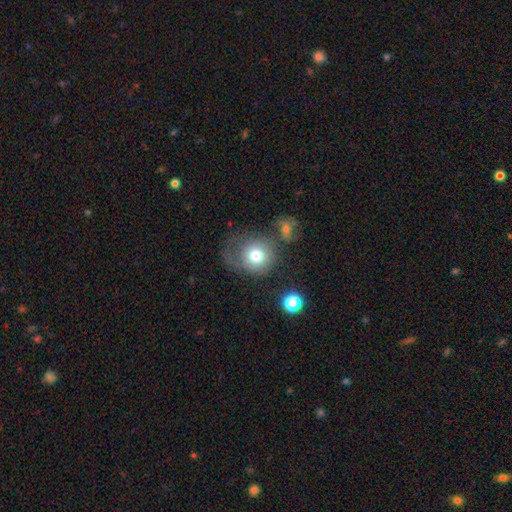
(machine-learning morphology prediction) Smooth or featured?
  - smooth: 74% *
  - featured or disk: 16%
  - star or artifact: 10%
How rounded?
  - round: 82% *
  - in between: 17%
  - cigar-shaped: 1%
Merging?
  - none: 44% *
  - minor disturbance: 22%
  - major disturbance: 21%
  - merger: 12%